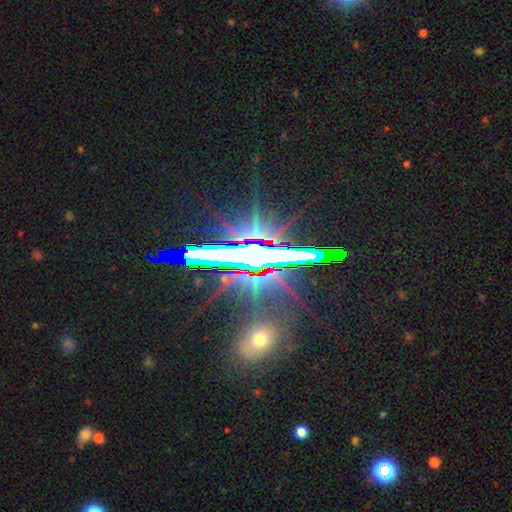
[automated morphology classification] A star or artifact, not a galaxy (78%).

Vote fractions:
- Smooth or featured? star or artifact: 78% / featured or disk: 14% / smooth: 8%